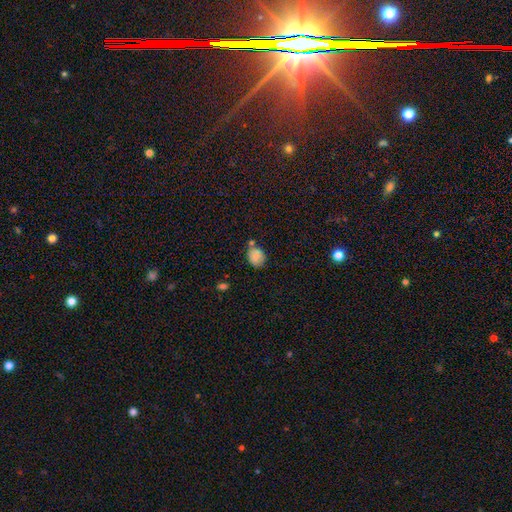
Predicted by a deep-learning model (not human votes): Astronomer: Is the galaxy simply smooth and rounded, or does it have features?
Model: smooth — 84%.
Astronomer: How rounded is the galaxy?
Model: round — 51% (runner-up: in between, 48%).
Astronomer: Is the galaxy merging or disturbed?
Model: none — 60%.